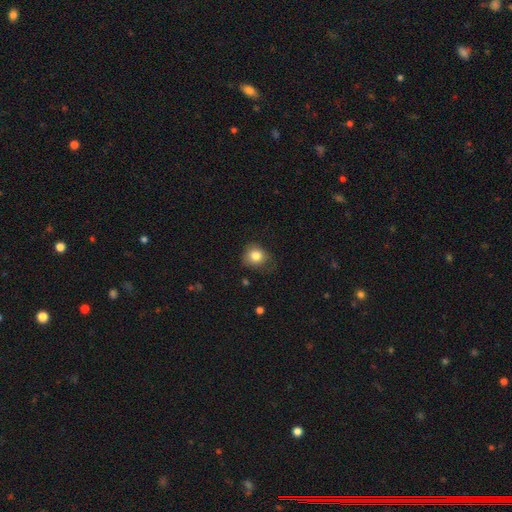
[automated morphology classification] The model was most divided on "merging": none: 59%, minor disturbance: 30%, major disturbance: 10%, merger: 2%. More confident: smooth or featured — smooth (82%); how rounded — round (74%).